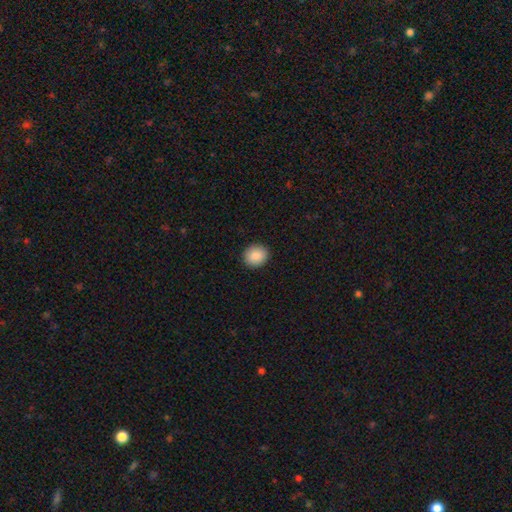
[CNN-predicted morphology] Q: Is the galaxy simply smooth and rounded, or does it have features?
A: smooth — 88%.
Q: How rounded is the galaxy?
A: round — 73%.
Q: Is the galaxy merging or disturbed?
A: none — 92%.